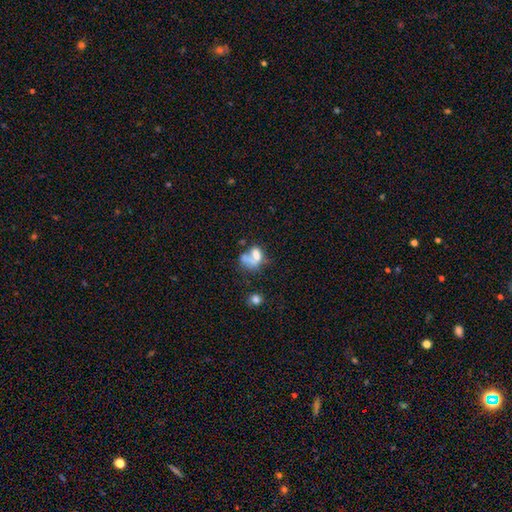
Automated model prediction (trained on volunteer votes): smooth 58%, featured or disk 26%, star or artifact 16%. Down the decision tree: how rounded — in between (66%); merging — merger (44%).